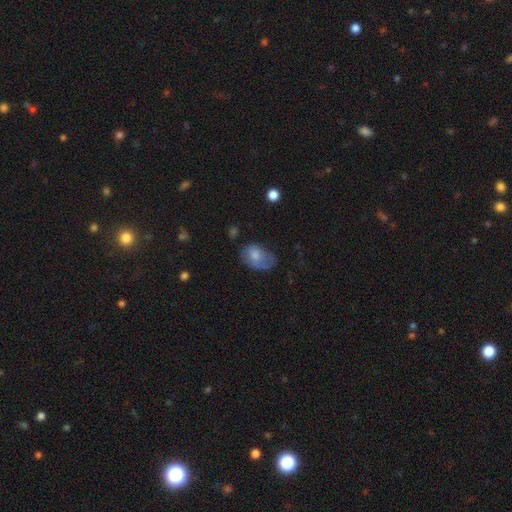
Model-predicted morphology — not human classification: smooth 67%, featured or disk 25%, star or artifact 8%. Down the decision tree: how rounded — in between (81%); merging — none (37%).